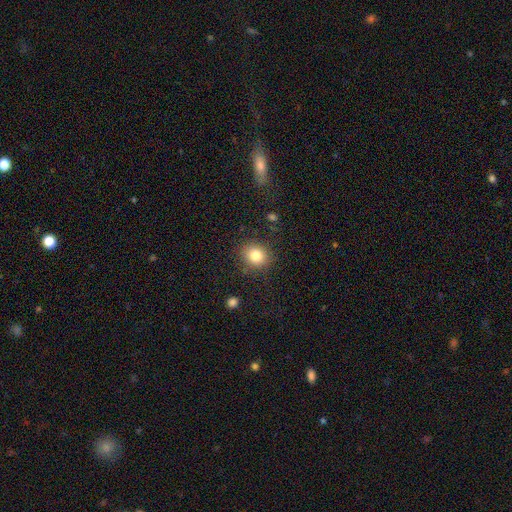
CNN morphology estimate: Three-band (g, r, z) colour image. It shows a smooth galaxy with no disk features (82%) that is round (72%). Merging: none (85%).